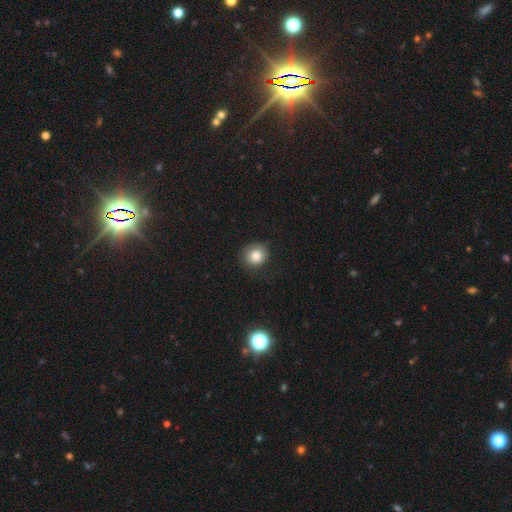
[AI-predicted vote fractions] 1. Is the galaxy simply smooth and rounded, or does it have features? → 82% smooth, 10% star or artifact, 8% featured or disk.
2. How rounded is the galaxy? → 85% round, 14% in between, 1% cigar-shaped.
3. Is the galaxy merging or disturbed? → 79% none, 15% minor disturbance, 4% major disturbance, 1% merger.